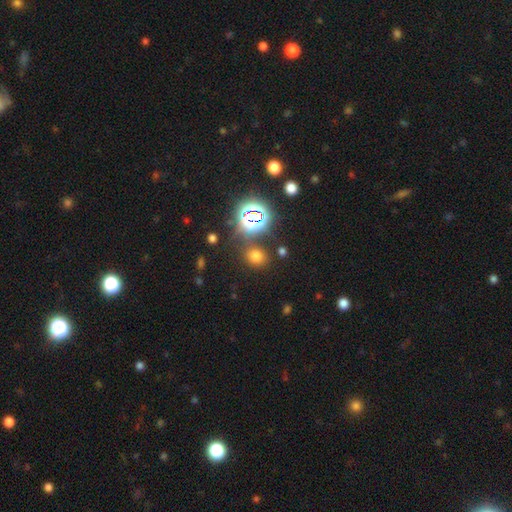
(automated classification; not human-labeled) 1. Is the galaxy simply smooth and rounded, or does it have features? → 63% smooth, 31% star or artifact, 6% featured or disk.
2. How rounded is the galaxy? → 65% round, 34% in between, 1% cigar-shaped.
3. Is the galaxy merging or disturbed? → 79% none, 10% minor disturbance, 7% merger, 4% major disturbance.